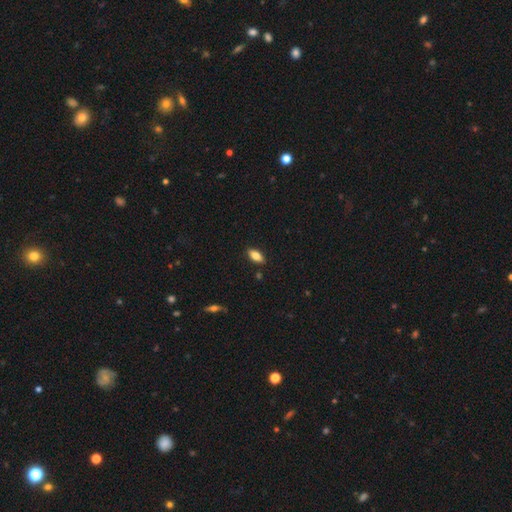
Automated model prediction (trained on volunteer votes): The model was most divided on "smooth or featured": smooth: 79%, featured or disk: 13%, star or artifact: 8%. More confident: merging — none (88%); how rounded — in between (87%).